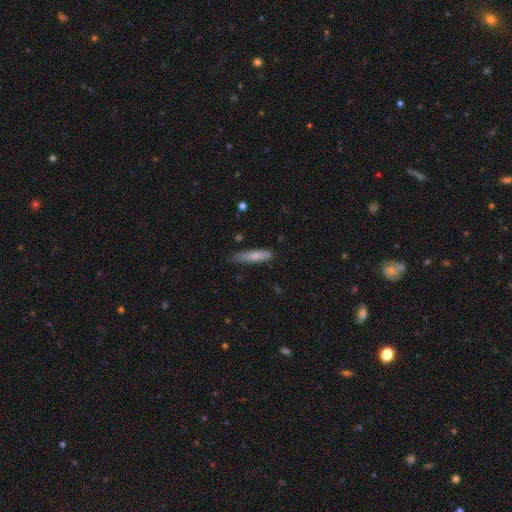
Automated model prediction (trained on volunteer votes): smooth-or-featured: smooth: 77% | featured or disk: 17% | star or artifact: 6%
  how-rounded: cigar-shaped: 83% | in between: 16% | round: 1%
  merging: none: 63% | minor disturbance: 29% | major disturbance: 5% | merger: 2%